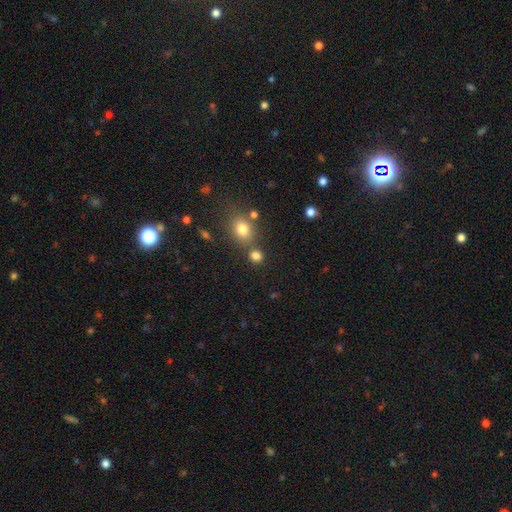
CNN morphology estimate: smooth 80%, star or artifact 14%, featured or disk 6%. Down the decision tree: how rounded — round (74%); merging — none (67%).